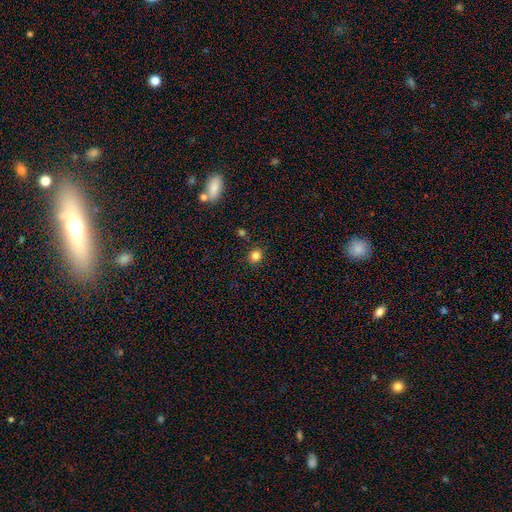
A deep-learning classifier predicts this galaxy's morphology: Smooth or featured? Predicted: smooth (p=0.83). How rounded? Predicted: round (p=0.77). Merging? Predicted: none (p=0.85).